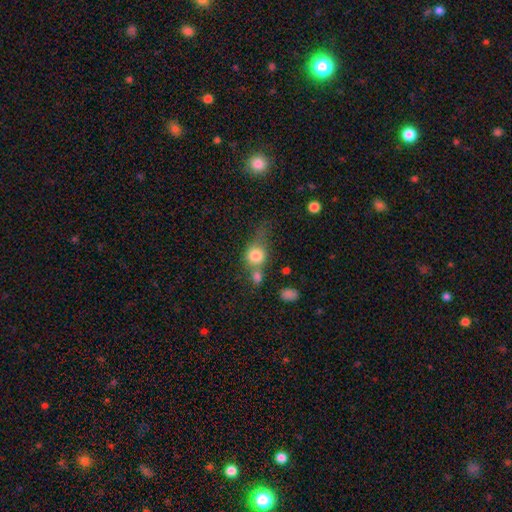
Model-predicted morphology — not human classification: This is likely a smooth galaxy (76%). How rounded: likely round (70%). Merging: marginally none (35%).